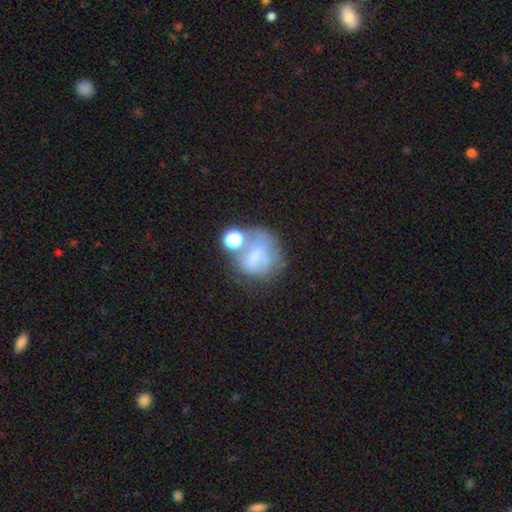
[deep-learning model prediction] Smooth or featured: smooth — 45% (featured or disk — 38%)
Merging: none — 33% (major disturbance — 25%)